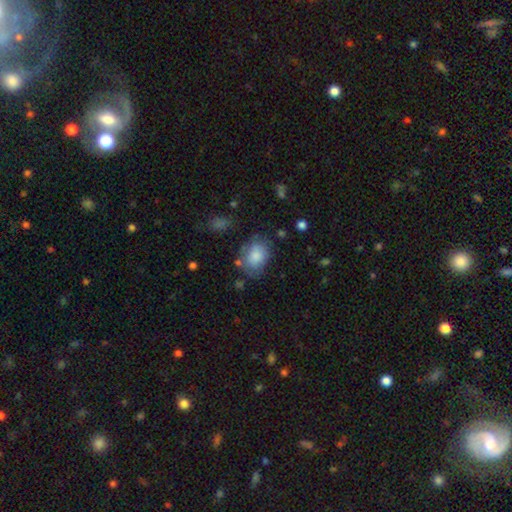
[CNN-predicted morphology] The model was most divided on "how rounded": in between: 63%, round: 36%, cigar-shaped: 1%. More confident: smooth or featured — smooth (82%); merging — none (63%).